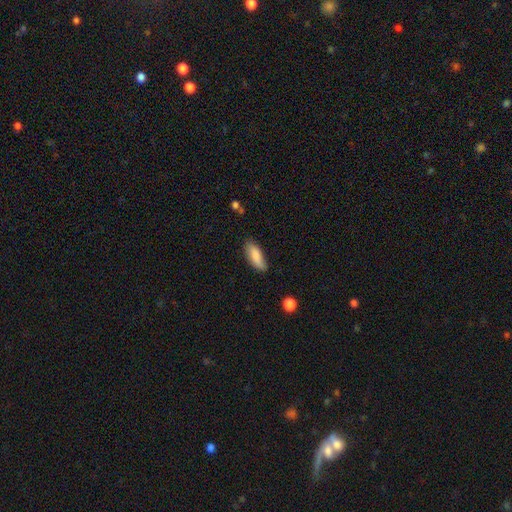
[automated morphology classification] This is clearly a smooth galaxy (82%). How rounded: likely in between (72%). Merging: likely none (73%).